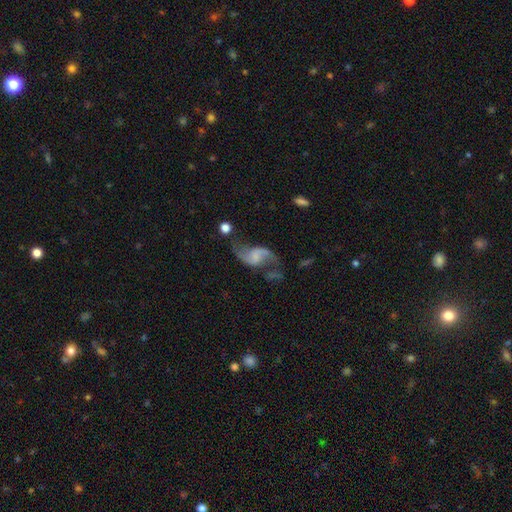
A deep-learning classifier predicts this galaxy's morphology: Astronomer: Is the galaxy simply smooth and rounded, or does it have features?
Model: featured or disk — 83%.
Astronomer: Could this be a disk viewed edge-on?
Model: no — 97%.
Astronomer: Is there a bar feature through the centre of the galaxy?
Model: weak — 45% (runner-up: no, 41%).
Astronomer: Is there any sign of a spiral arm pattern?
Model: yes — 94%.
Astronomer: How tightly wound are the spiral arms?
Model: loose — 83%.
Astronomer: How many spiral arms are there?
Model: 2 — 92%.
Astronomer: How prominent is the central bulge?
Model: none — 50% (runner-up: small, 27%).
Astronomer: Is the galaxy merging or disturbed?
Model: none — 53%.